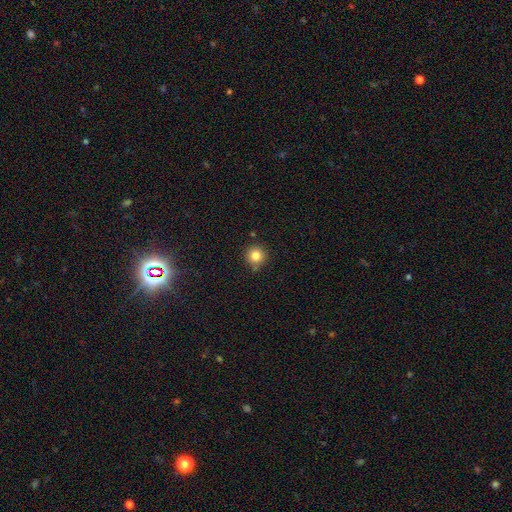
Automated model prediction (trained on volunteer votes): Morphology: type=smooth (83%); roundness=round (95%); merging=none (81%).